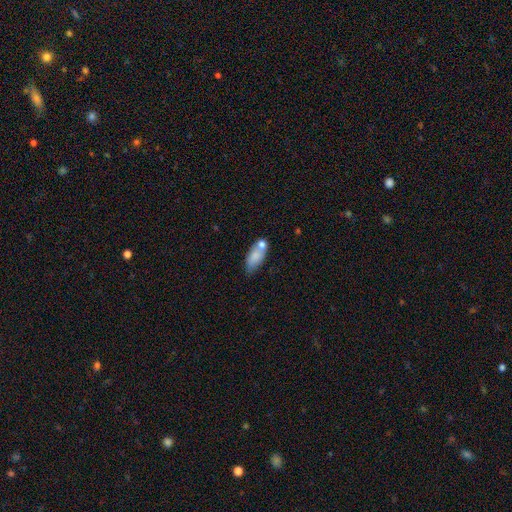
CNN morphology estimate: Overall: smooth (76%). How rounded: in between (84%). Merging: none (47%; merger 26%).